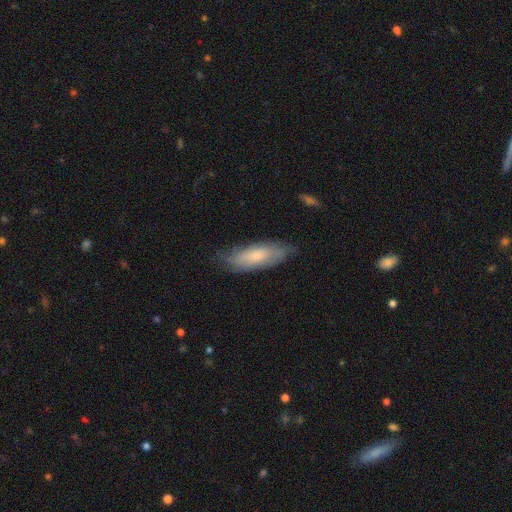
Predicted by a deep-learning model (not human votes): Q: Smooth or featured?
A: smooth (60%); runner-up: featured or disk (34%)
Q: How rounded?
A: in between (62%); runner-up: cigar-shaped (36%)
Q: Merging?
A: none (71%); runner-up: minor disturbance (23%)